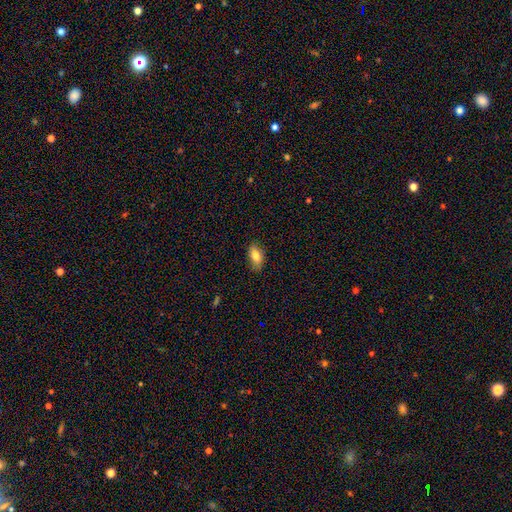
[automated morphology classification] type=smooth (79%); roundness=in between (87%); merging=none (83%).